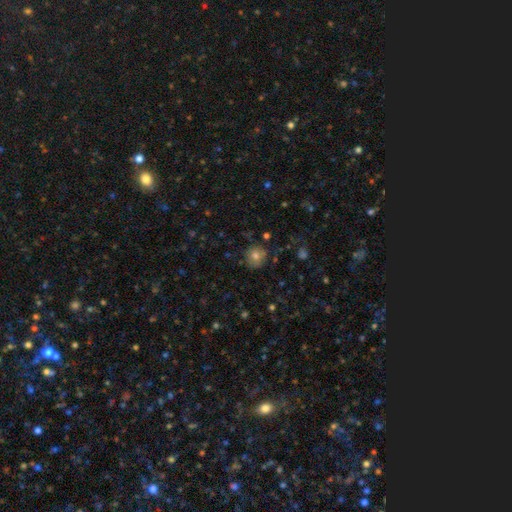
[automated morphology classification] Smooth or featured? smooth (74%)
How rounded? round (88%)
Merging? none (80%)